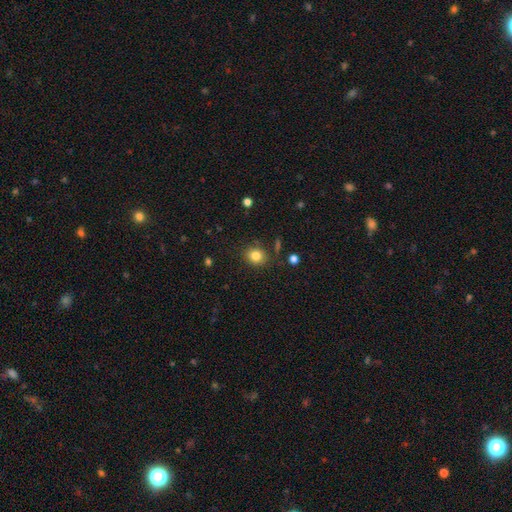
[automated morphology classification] Q: Smooth or featured?
A: smooth (82%); runner-up: star or artifact (11%)
Q: How rounded?
A: round (69%); runner-up: in between (30%)
Q: Merging?
A: none (83%); runner-up: minor disturbance (11%)